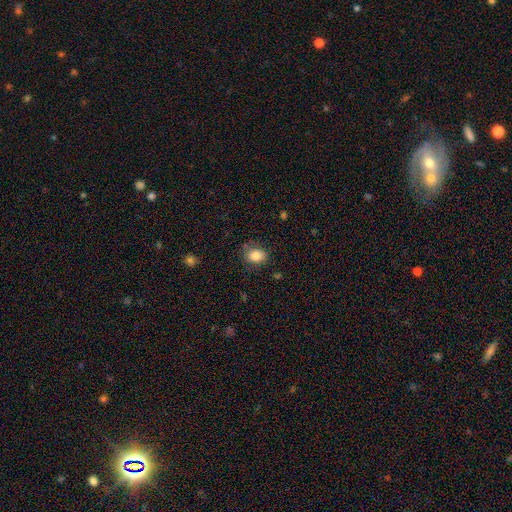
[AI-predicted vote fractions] Overall: smooth (85%). How rounded: in between (67%; round 32%). Merging: none (79%).